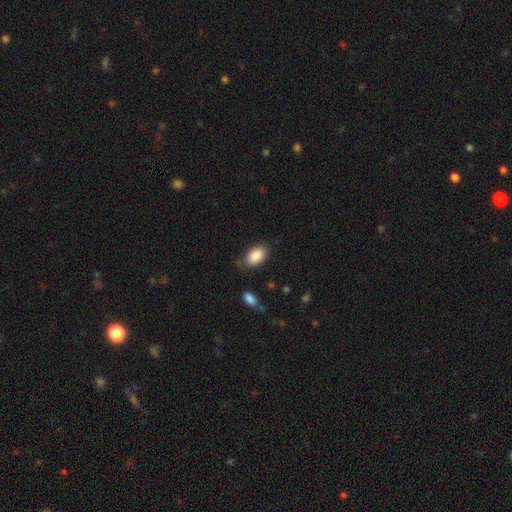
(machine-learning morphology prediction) Smooth or featured? smooth (89%)
How rounded? in between (91%)
Merging? none (75%)